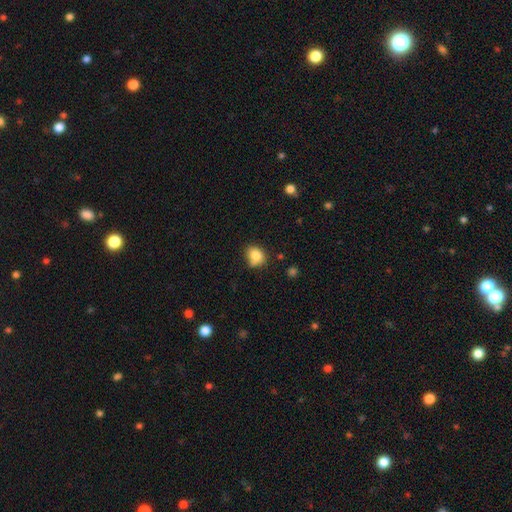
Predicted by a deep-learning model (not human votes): Overall: smooth (82%). How rounded: round (56%; in between 43%). Merging: none (61%; minor disturbance 24%).